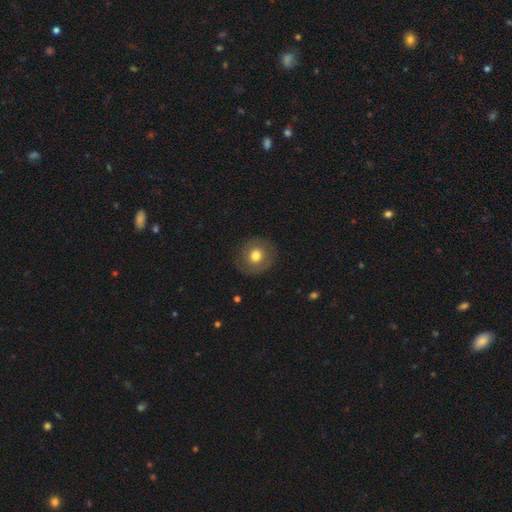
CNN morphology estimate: Q: Smooth or featured?
A: smooth (67%); runner-up: featured or disk (24%)
Q: How rounded?
A: round (90%); runner-up: in between (9%)
Q: Merging?
A: none (86%); runner-up: minor disturbance (9%)